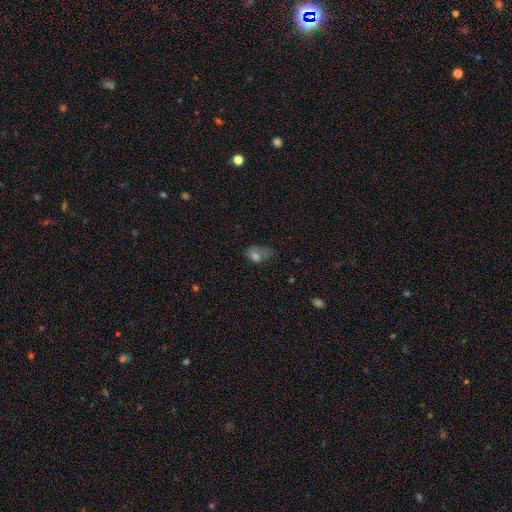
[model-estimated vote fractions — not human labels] Smooth or featured?
  - smooth: 64% *
  - featured or disk: 19%
  - star or artifact: 17%
How rounded?
  - in between: 73% *
  - round: 25%
  - cigar-shaped: 3%
Merging?
  - major disturbance: 33% *
  - none: 29%
  - minor disturbance: 28%
  - merger: 11%